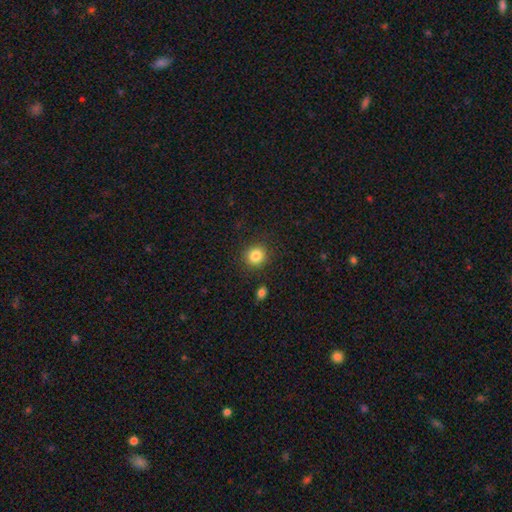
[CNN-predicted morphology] type=smooth (84%); roundness=round (87%); merging=none (88%).